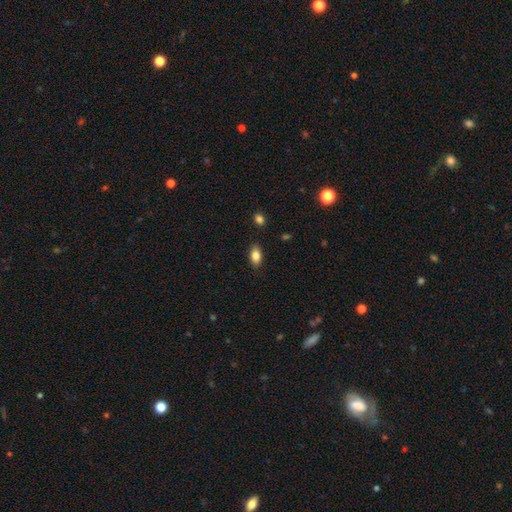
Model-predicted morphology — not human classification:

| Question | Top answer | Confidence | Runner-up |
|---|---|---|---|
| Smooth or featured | smooth | 84% | star or artifact (8%) |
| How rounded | in between | 90% | round (7%) |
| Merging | none | 87% | minor disturbance (9%) |